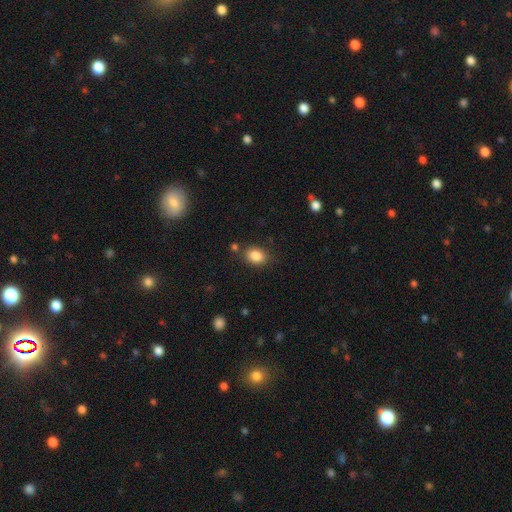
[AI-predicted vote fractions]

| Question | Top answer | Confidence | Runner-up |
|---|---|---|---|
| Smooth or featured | smooth | 86% | star or artifact (9%) |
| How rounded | in between | 69% | round (30%) |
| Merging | none | 77% | minor disturbance (13%) |